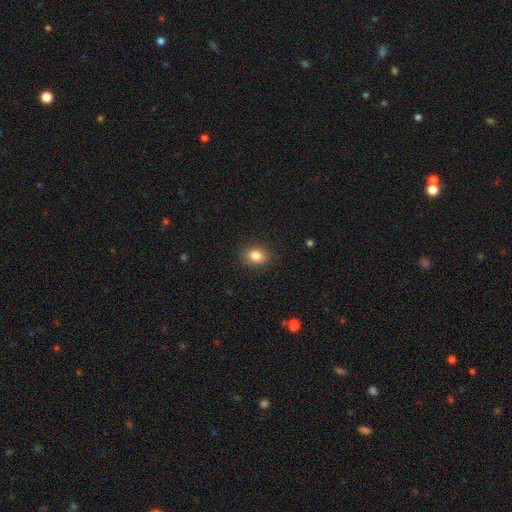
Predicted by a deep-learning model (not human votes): Q: Smooth or featured?
A: smooth (84%); runner-up: star or artifact (10%)
Q: How rounded?
A: in between (56%); runner-up: round (43%)
Q: Merging?
A: none (88%); runner-up: minor disturbance (8%)